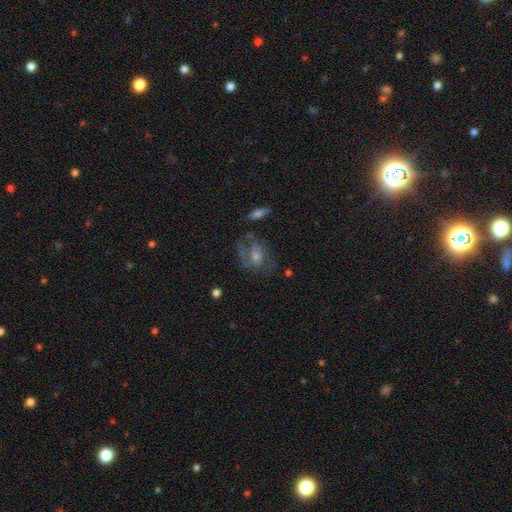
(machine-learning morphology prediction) This appears to be a featured or disk galaxy (63%) with no bar (61%), spiral arms (70%) and a moderate central bulge (47%). Merging: none (57%).